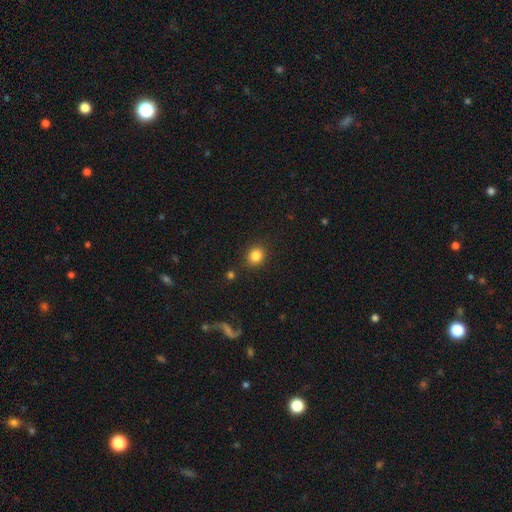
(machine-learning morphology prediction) smooth_or_featured: smooth (p=0.84) [alt: star or artifact p=0.11]
how_rounded: round (p=0.76) [alt: in between p=0.23]
merging: none (p=0.87) [alt: minor disturbance p=0.08]